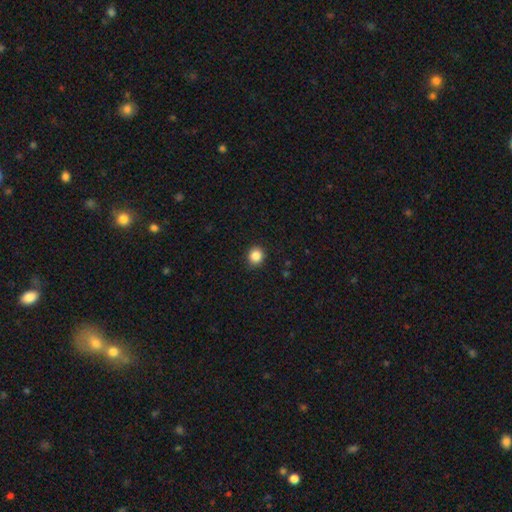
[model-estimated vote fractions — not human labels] smooth 86%, star or artifact 11%, featured or disk 4%. Down the decision tree: how rounded — round (88%); merging — none (90%).